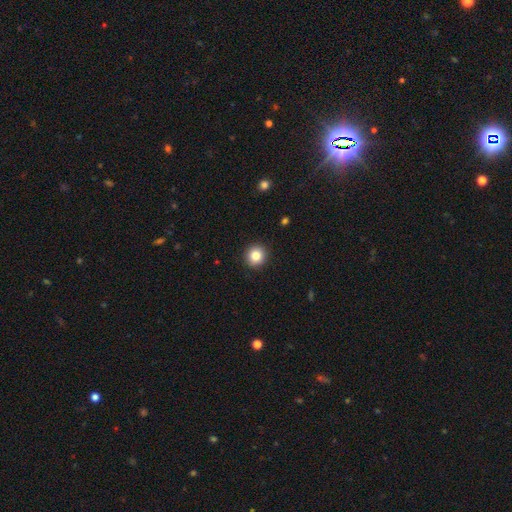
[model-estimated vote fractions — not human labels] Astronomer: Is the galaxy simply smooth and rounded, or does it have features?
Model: smooth — 84%.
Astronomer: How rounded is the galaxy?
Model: round — 92%.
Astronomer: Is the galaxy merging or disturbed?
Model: none — 92%.